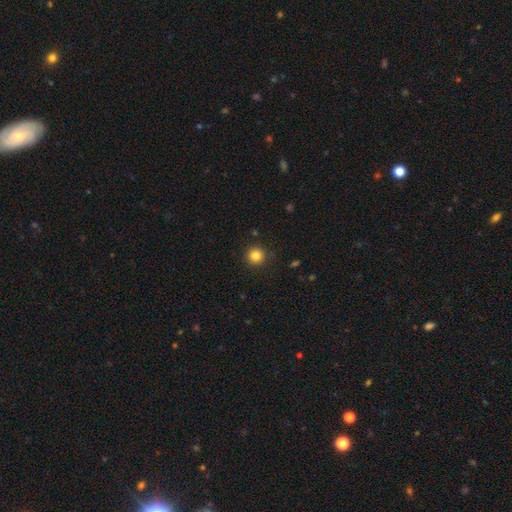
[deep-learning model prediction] Overall: smooth (83%). How rounded: round (95%). Merging: none (91%).